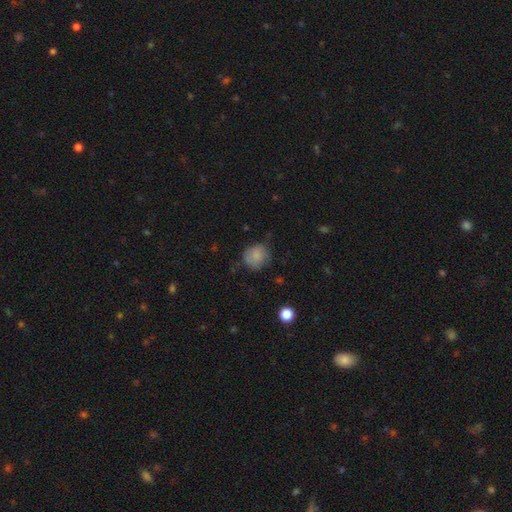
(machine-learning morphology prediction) This is likely a smooth galaxy (79%). How rounded: clearly round (81%). Merging: likely none (64%).